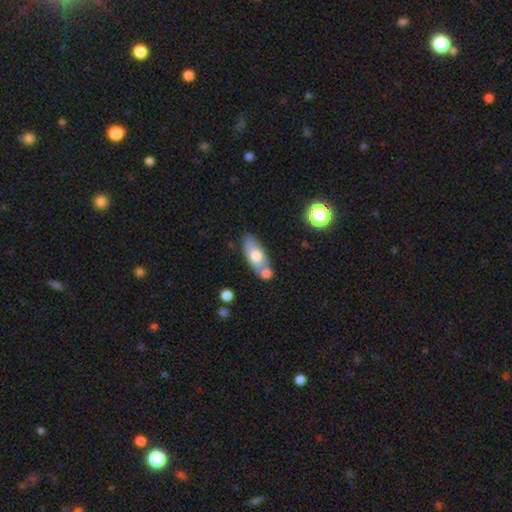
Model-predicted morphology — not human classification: A smooth galaxy with no disk features (66%) that is in between round and cigar-shaped (76%).

Vote fractions:
- Smooth or featured? smooth: 66% / featured or disk: 27% / star or artifact: 7%
- How rounded? in between: 76% / cigar-shaped: 20% / round: 4%
- Merging? none: 49% / merger: 33% / minor disturbance: 14% / major disturbance: 4%